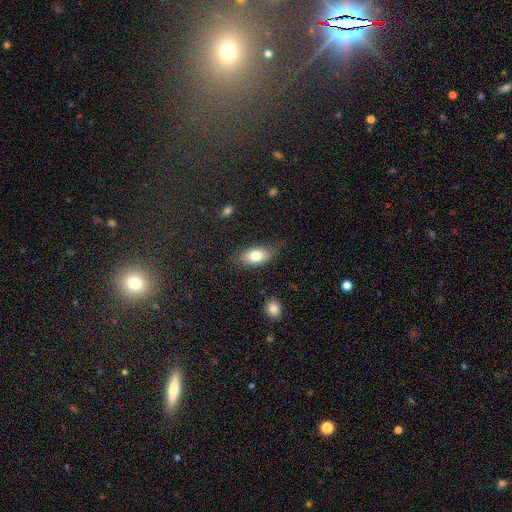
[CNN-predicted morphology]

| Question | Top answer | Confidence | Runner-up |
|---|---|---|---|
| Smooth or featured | smooth | 77% | featured or disk (15%) |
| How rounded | in between | 88% | round (7%) |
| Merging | none | 65% | minor disturbance (25%) |